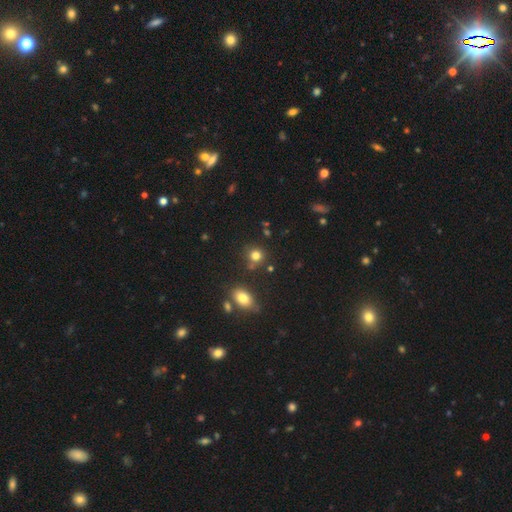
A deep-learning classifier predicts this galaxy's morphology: Q: Smooth or featured?
A: smooth (79%); runner-up: star or artifact (14%)
Q: How rounded?
A: round (84%); runner-up: in between (15%)
Q: Merging?
A: none (76%); runner-up: minor disturbance (11%)